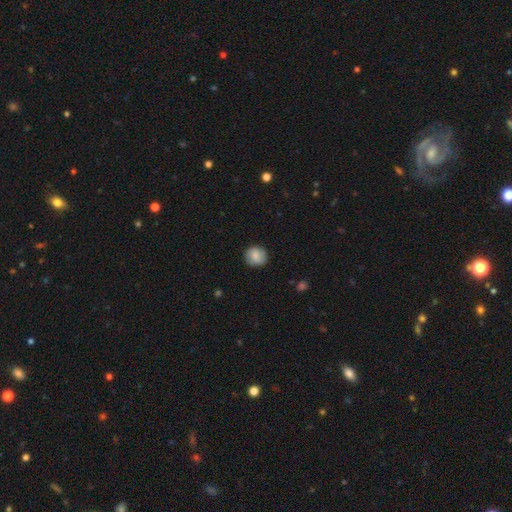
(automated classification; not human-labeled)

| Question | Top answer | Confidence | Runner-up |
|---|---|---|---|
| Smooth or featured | smooth | 82% | featured or disk (10%) |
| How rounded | round | 86% | in between (13%) |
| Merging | none | 86% | minor disturbance (10%) |